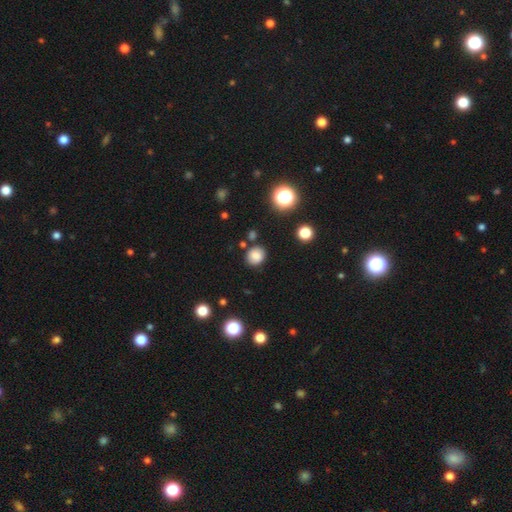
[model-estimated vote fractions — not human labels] The model was most divided on "how rounded": round: 75%, in between: 24%, cigar-shaped: 1%. More confident: merging — none (83%); smooth or featured — smooth (83%).